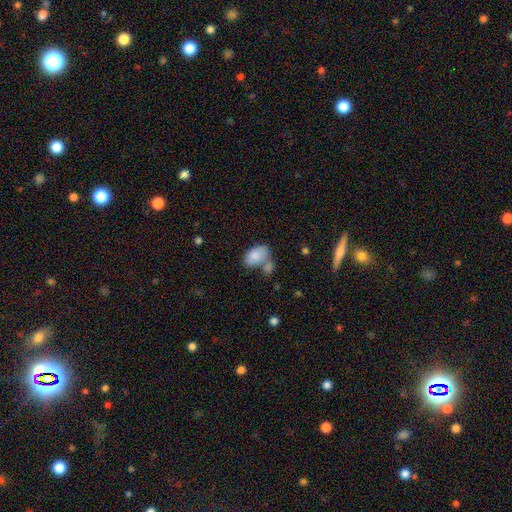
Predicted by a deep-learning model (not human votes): Morphology: type=smooth (81%); roundness=in between (89%); merging=merger (39%).